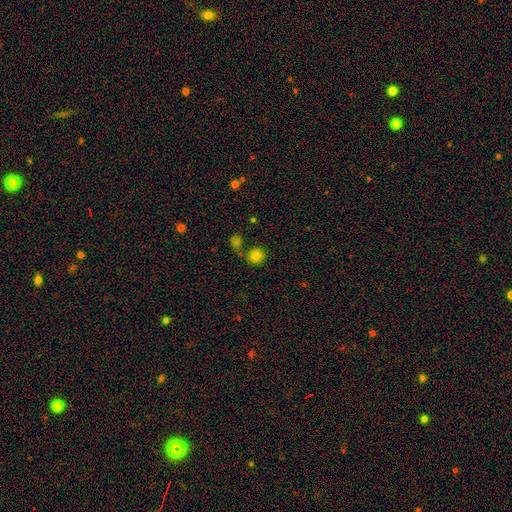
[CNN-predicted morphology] The model was most divided on "merging": none: 58%, merger: 28%, minor disturbance: 10%, major disturbance: 5%. More confident: how rounded — round (86%); smooth or featured — smooth (79%).